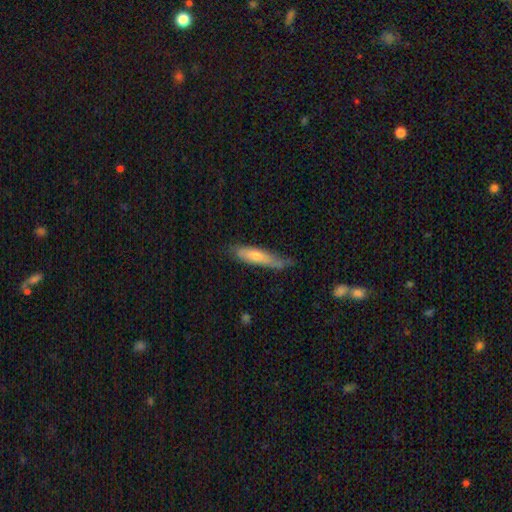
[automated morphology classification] Smooth or featured? Predicted: smooth (p=0.58). How rounded? Predicted: cigar-shaped (p=0.80). Merging? Predicted: none (p=0.58).